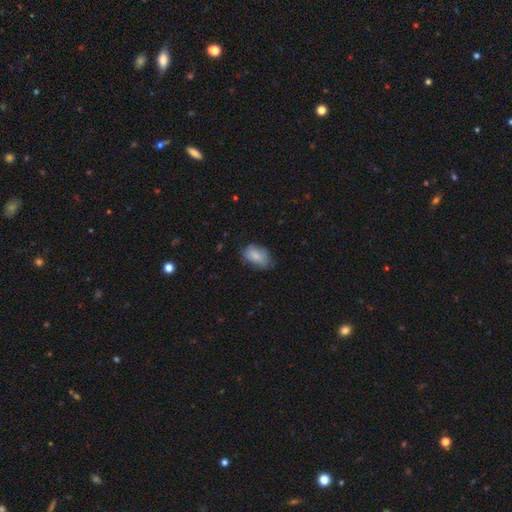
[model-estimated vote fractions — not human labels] Smooth or featured? smooth (81%)
How rounded? in between (88%)
Merging? none (57%)